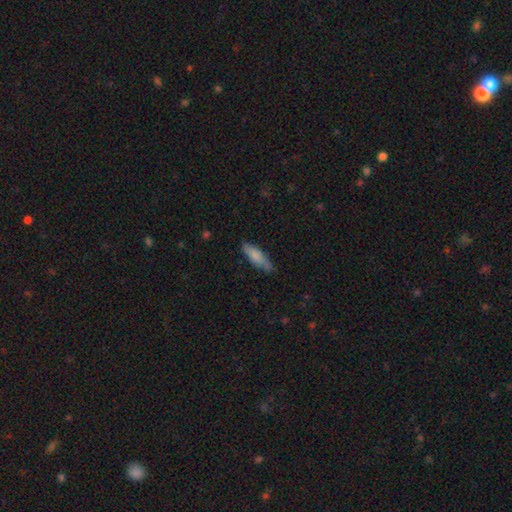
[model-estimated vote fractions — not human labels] Smooth or featured? smooth (79%)
How rounded? cigar-shaped (52%)
Merging? none (75%)